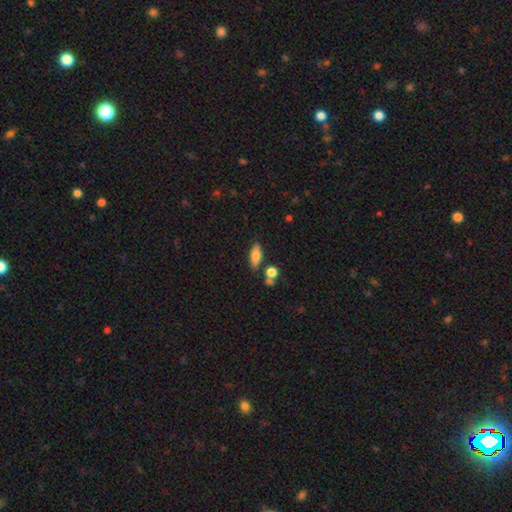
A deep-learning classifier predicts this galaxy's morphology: Smooth or featured?
  - smooth: 72% *
  - featured or disk: 20%
  - star or artifact: 8%
How rounded?
  - in between: 68% *
  - cigar-shaped: 28%
  - round: 4%
Merging?
  - none: 77% *
  - minor disturbance: 11%
  - merger: 8%
  - major disturbance: 3%